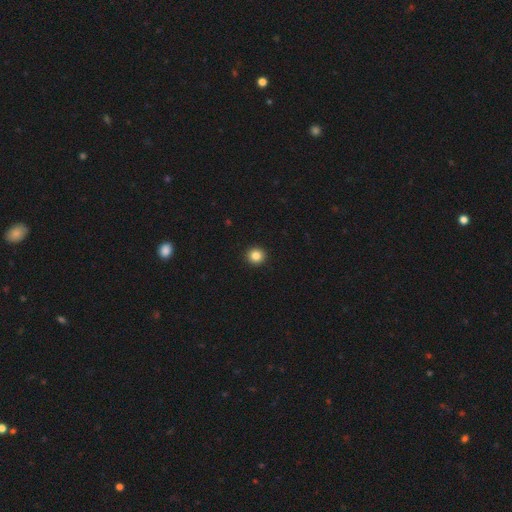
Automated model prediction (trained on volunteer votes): This appears to be a smooth galaxy with no disk features (85%) that is round (93%). Merging: none (94%).